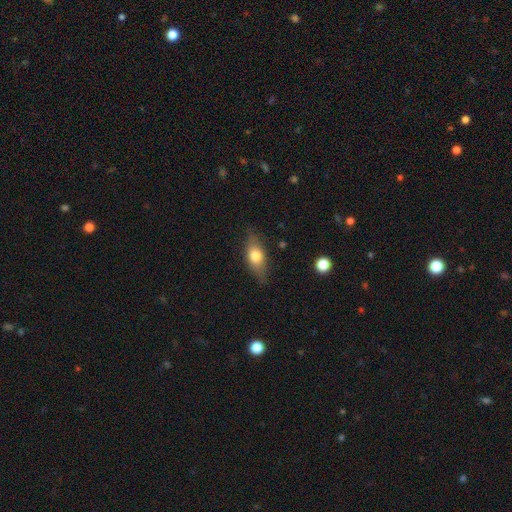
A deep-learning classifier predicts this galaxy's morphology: Smooth or featured? smooth (67%)
How rounded? in between (73%)
Merging? none (79%)